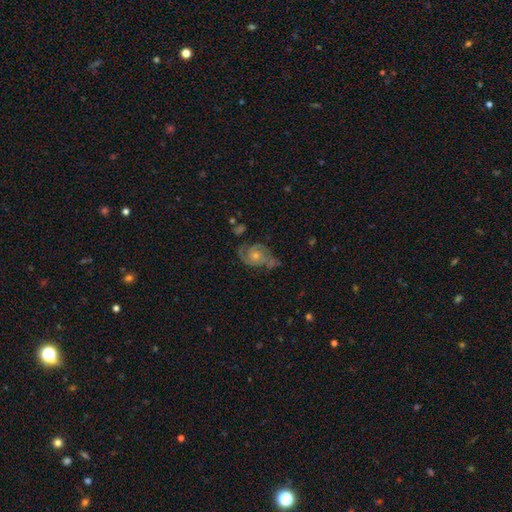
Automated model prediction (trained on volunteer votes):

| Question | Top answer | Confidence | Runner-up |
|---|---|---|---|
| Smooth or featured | featured or disk | 78% | smooth (15%) |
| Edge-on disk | no | 98% | yes (2%) |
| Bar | no | 75% | weak (21%) |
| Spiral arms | yes | 93% | no (7%) |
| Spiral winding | medium | 47% | tight (33%) |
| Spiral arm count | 2 | 64% | 3 (14%) |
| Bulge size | small | 54% | moderate (40%) |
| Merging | none | 42% | minor disturbance (26%) |